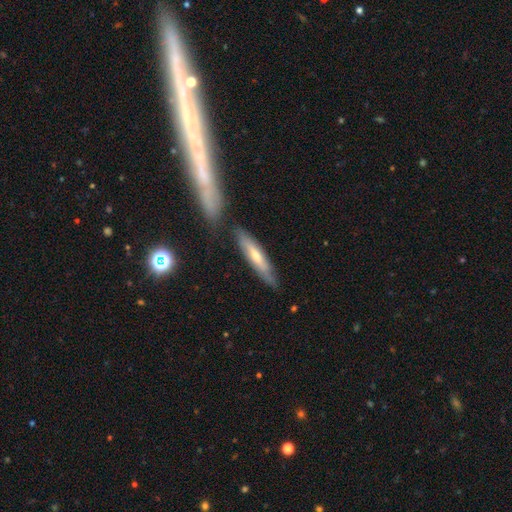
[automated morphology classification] smooth-or-featured: smooth: 50% | featured or disk: 44% | star or artifact: 6%
  how-rounded: cigar-shaped: 84% | in between: 15% | round: 2%
  merging: none: 73% | minor disturbance: 15% | merger: 8% | major disturbance: 4%